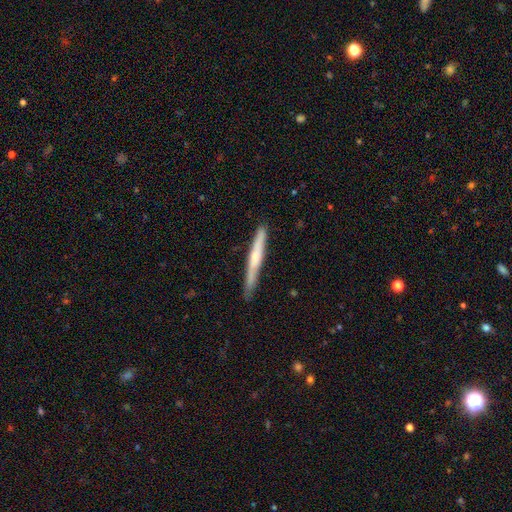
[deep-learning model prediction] Q: Smooth or featured?
A: smooth (50%); runner-up: featured or disk (45%)
Q: Merging?
A: none (82%); runner-up: minor disturbance (15%)